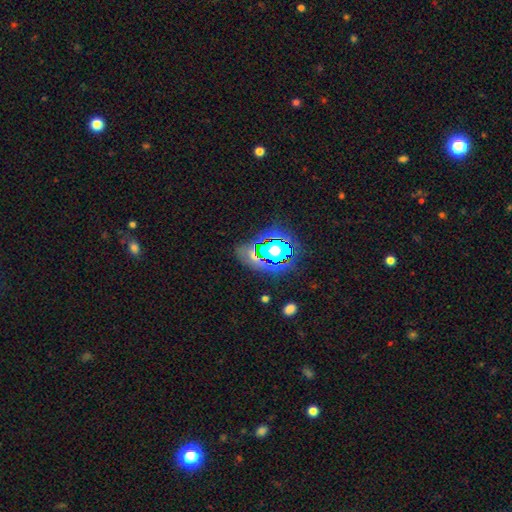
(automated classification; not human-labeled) A star or artifact, not a galaxy (46%).